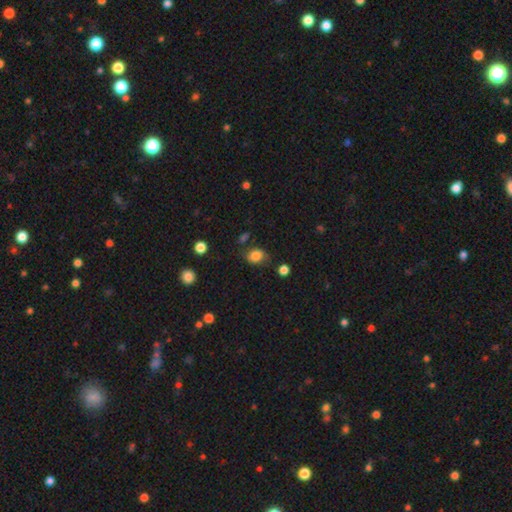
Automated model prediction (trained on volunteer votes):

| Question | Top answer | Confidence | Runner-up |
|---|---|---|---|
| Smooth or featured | smooth | 81% | star or artifact (10%) |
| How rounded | in between | 63% | round (36%) |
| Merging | none | 63% | minor disturbance (25%) |